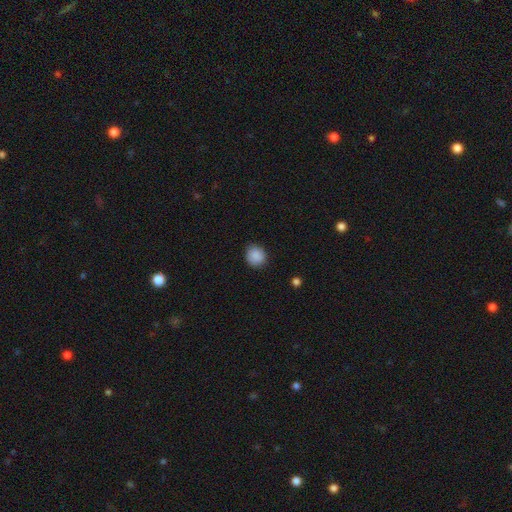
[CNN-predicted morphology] smooth_or_featured: smooth (p=0.89) [alt: star or artifact p=0.08]
how_rounded: round (p=0.85) [alt: in between p=0.14]
merging: none (p=0.87) [alt: minor disturbance p=0.09]